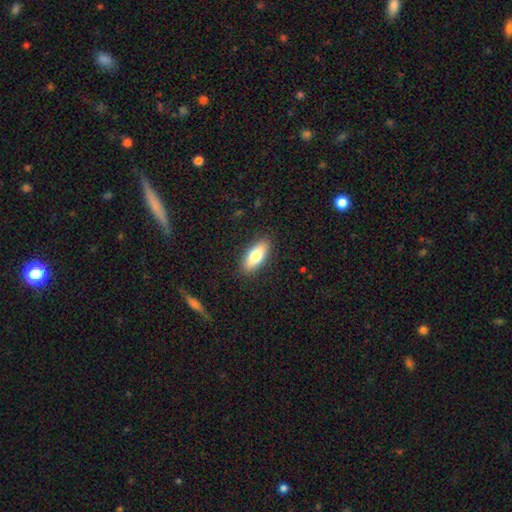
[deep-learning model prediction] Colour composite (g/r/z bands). It shows a smooth galaxy with no disk features (75%) that is in between round and cigar-shaped (77%). Merging: none (88%).